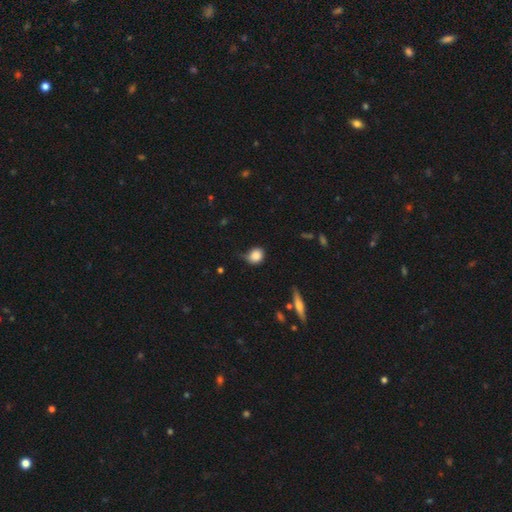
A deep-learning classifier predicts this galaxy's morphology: Smooth or featured? Predicted: smooth (p=0.83). How rounded? Predicted: round (p=0.68). Merging? Predicted: none (p=0.44).